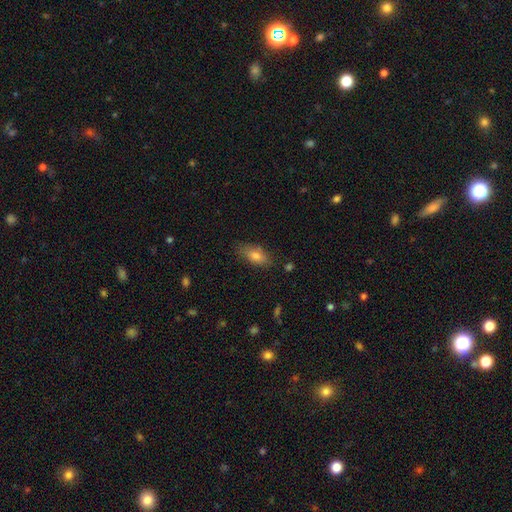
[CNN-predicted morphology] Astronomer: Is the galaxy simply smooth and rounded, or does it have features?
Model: smooth — 78%.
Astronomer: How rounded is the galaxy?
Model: in between — 83%.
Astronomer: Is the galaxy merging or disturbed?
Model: none — 79%.